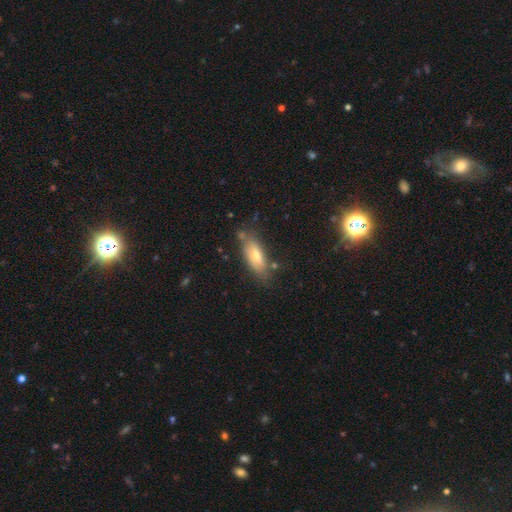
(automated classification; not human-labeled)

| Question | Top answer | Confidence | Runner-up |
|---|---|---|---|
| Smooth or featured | smooth | 67% | featured or disk (25%) |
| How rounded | in between | 74% | cigar-shaped (23%) |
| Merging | none | 71% | minor disturbance (19%) |